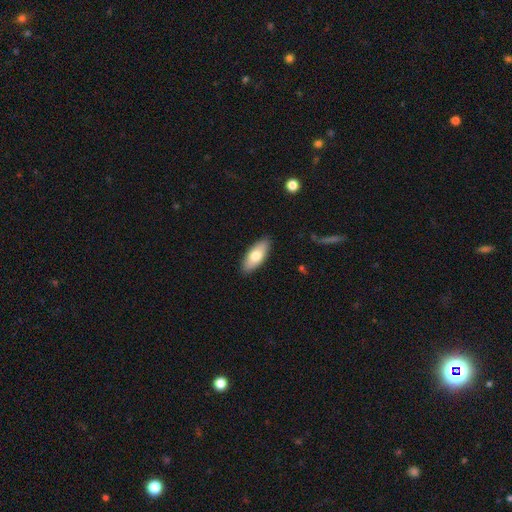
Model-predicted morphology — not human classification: Smooth or featured: smooth — 73% (featured or disk — 21%)
How rounded: in between — 80% (cigar-shaped — 18%)
Merging: none — 89% (minor disturbance — 8%)